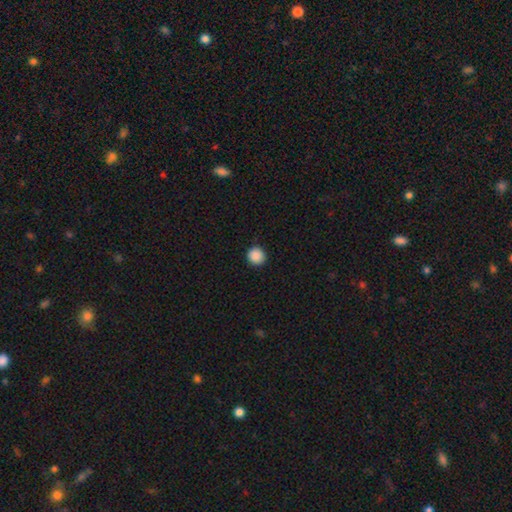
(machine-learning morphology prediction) Smooth or featured? Predicted: smooth (p=0.89). How rounded? Predicted: round (p=0.94). Merging? Predicted: none (p=0.92).